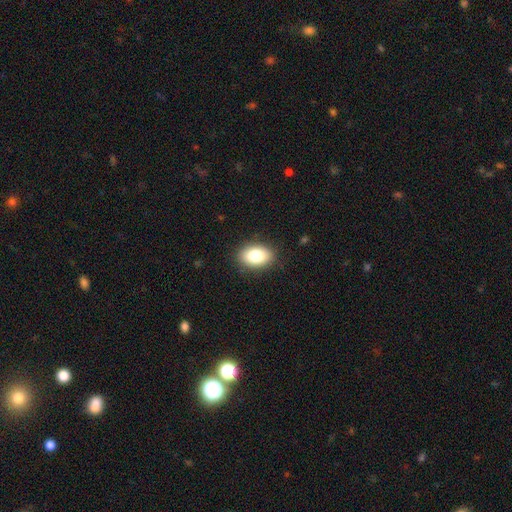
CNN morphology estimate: smooth 83%, featured or disk 9%, star or artifact 8%. Down the decision tree: how rounded — in between (86%); merging — none (88%).